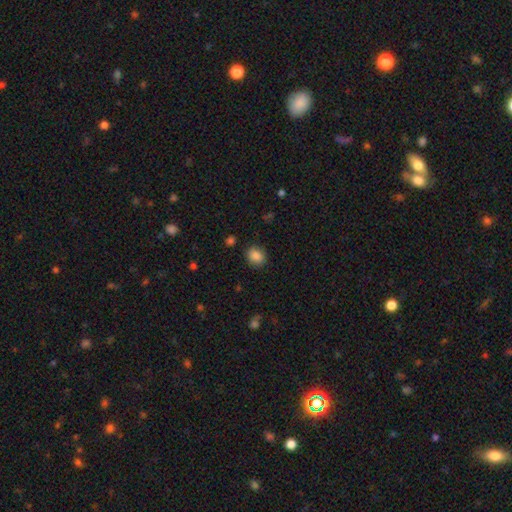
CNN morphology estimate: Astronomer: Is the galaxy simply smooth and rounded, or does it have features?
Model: smooth — 86%.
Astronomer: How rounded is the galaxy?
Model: round — 58% (runner-up: in between, 41%).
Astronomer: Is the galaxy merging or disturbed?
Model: none — 87%.